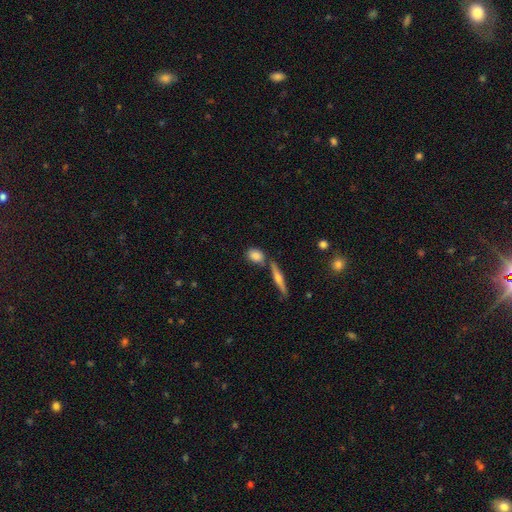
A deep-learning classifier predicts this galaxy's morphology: This is likely a smooth galaxy (80%). How rounded: possibly in between (55%). Merging: likely none (66%).